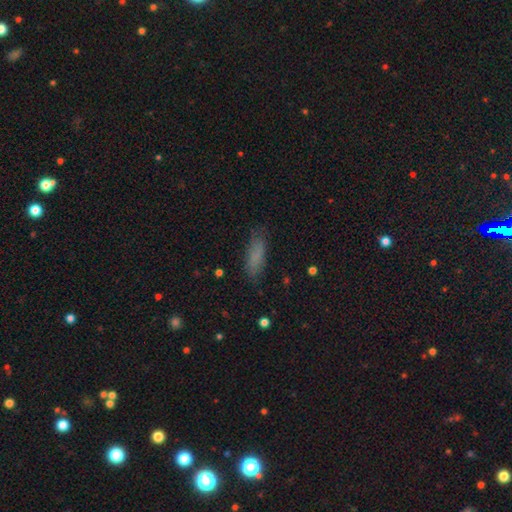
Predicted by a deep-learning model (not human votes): Smooth or featured? smooth (79%)
How rounded? in between (53%)
Merging? none (77%)